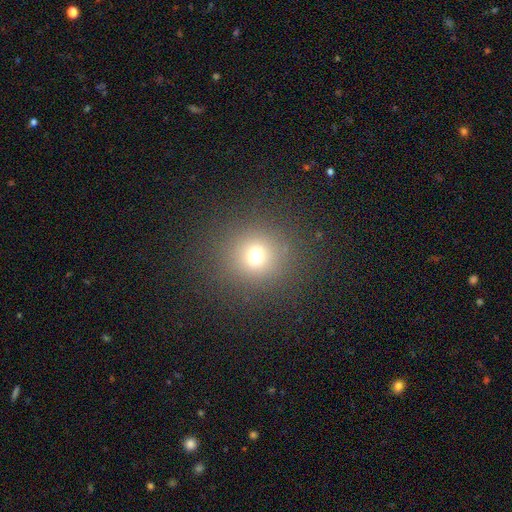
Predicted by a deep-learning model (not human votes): Morphology: type=smooth (70%); roundness=round (90%); merging=none (87%).